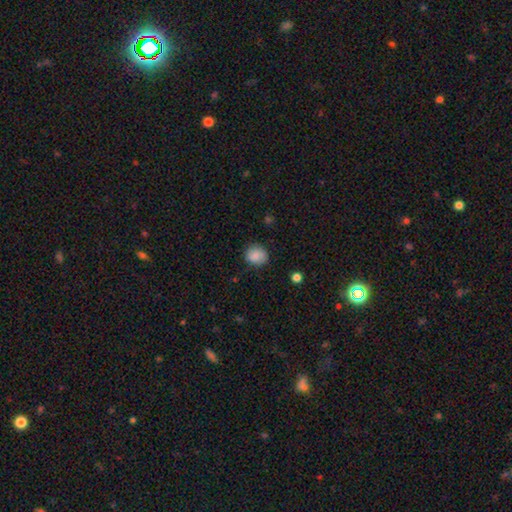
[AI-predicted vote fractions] Q: Smooth or featured?
A: smooth (86%); runner-up: star or artifact (9%)
Q: How rounded?
A: round (73%); runner-up: in between (26%)
Q: Merging?
A: none (77%); runner-up: minor disturbance (18%)